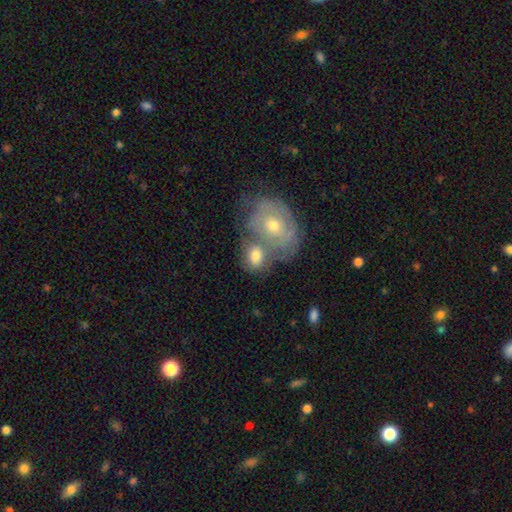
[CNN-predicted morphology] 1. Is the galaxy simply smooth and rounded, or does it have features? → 53% smooth, 39% featured or disk, 8% star or artifact.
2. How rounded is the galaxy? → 60% in between, 38% round, 2% cigar-shaped.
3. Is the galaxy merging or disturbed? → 49% merger, 31% none, 13% minor disturbance, 7% major disturbance.